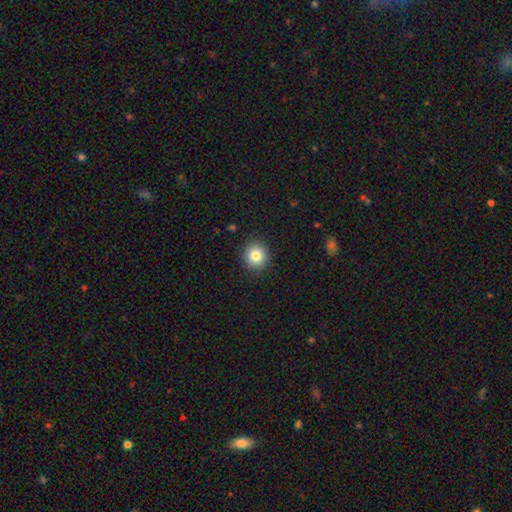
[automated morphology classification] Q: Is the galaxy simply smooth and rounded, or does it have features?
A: smooth — 83%.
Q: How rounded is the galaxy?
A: round — 89%.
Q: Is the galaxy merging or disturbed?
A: none — 91%.